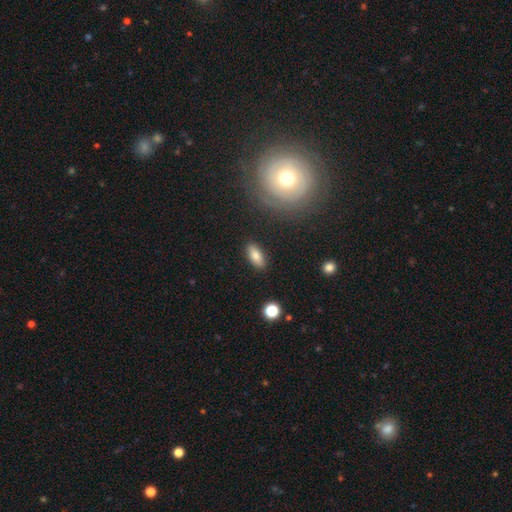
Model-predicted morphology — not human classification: Q: Smooth or featured?
A: smooth (80%); runner-up: featured or disk (12%)
Q: How rounded?
A: in between (82%); runner-up: cigar-shaped (15%)
Q: Merging?
A: none (87%); runner-up: minor disturbance (9%)